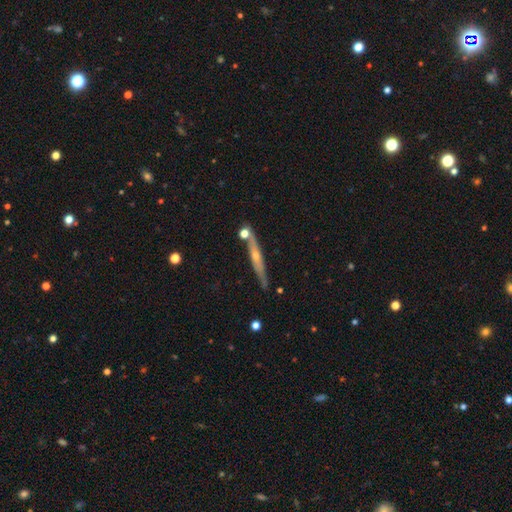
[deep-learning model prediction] A featured or disk galaxy (68%) viewed edge-on (94%) with a rounded central bulge (74%). Merging: none (79%).